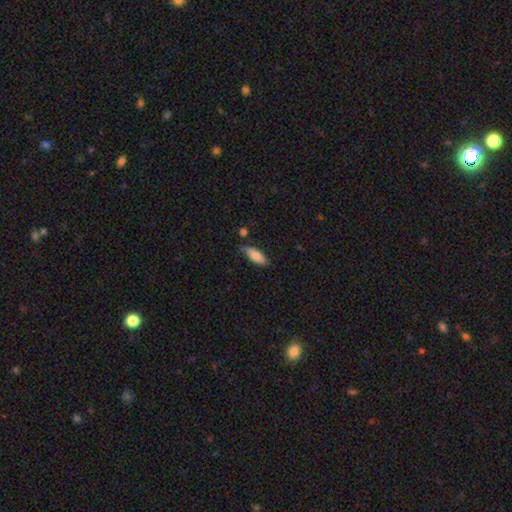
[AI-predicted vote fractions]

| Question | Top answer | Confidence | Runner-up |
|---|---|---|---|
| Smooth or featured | smooth | 80% | featured or disk (13%) |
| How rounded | in between | 71% | cigar-shaped (27%) |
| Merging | none | 62% | minor disturbance (28%) |